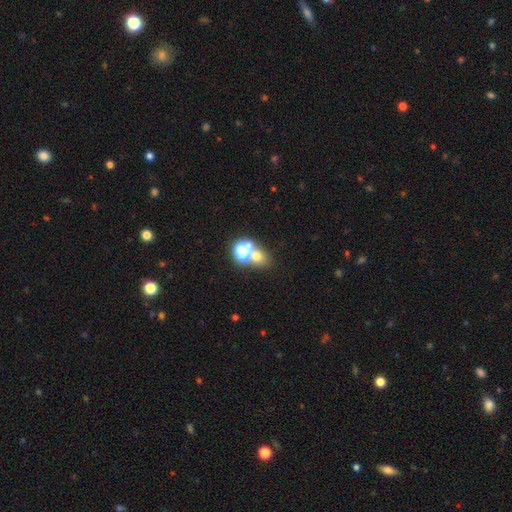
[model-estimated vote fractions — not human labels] A smooth galaxy with no disk features (60%) that is round (67%).

Vote fractions:
- Smooth or featured? smooth: 60% / star or artifact: 28% / featured or disk: 13%
- How rounded? round: 67% / in between: 32% / cigar-shaped: 1%
- Merging? none: 50% / merger: 38% / minor disturbance: 8% / major disturbance: 4%